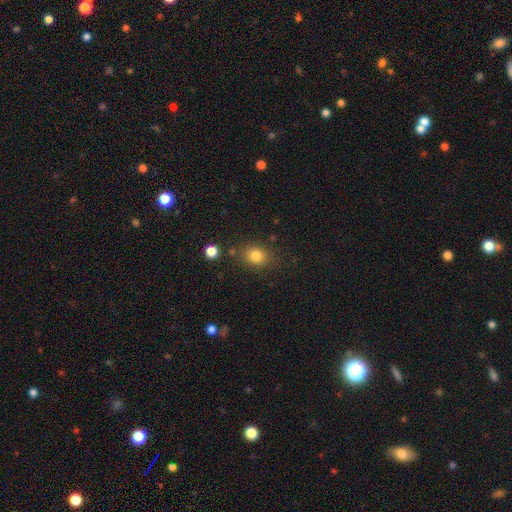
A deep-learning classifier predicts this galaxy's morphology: smooth-or-featured: smooth: 82% | star or artifact: 11% | featured or disk: 6%
  how-rounded: in between: 50% | round: 49% | cigar-shaped: 1%
  merging: none: 79% | minor disturbance: 12% | merger: 5% | major disturbance: 4%